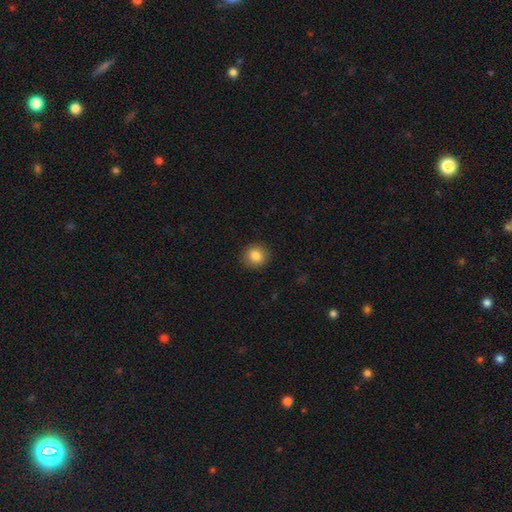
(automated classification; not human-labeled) Smooth or featured?
  - smooth: 85% *
  - star or artifact: 10%
  - featured or disk: 6%
How rounded?
  - round: 87% *
  - in between: 12%
  - cigar-shaped: 1%
Merging?
  - none: 91% *
  - minor disturbance: 6%
  - major disturbance: 2%
  - merger: 1%